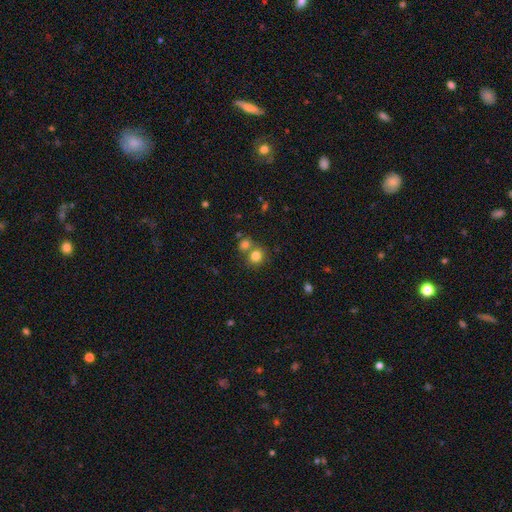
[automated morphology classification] smooth-or-featured: smooth: 80% | star or artifact: 13% | featured or disk: 8%
  how-rounded: round: 74% | in between: 25% | cigar-shaped: 1%
  merging: none: 56% | merger: 31% | minor disturbance: 9% | major disturbance: 3%